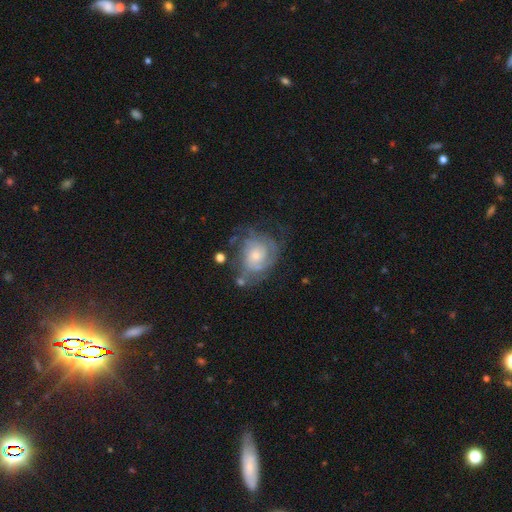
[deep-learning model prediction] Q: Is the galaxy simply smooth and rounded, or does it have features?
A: featured or disk — 68%.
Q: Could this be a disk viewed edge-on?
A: no — 97%.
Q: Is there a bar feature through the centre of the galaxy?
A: no — 78%.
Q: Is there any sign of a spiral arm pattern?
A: yes — 78%.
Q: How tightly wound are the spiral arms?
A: tight — 56%.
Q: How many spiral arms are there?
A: can't tell — 50%.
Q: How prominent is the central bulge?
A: small — 48%.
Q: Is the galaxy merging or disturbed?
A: none — 49%.